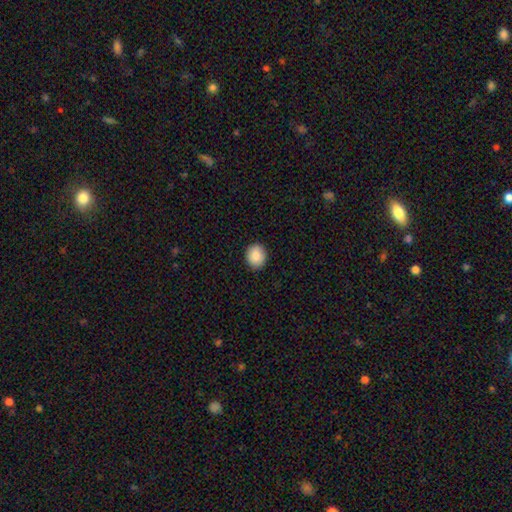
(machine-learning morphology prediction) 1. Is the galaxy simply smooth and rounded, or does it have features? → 89% smooth, 7% star or artifact, 4% featured or disk.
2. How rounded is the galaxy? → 66% round, 34% in between, 1% cigar-shaped.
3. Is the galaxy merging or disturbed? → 90% none, 7% minor disturbance, 2% major disturbance, 1% merger.